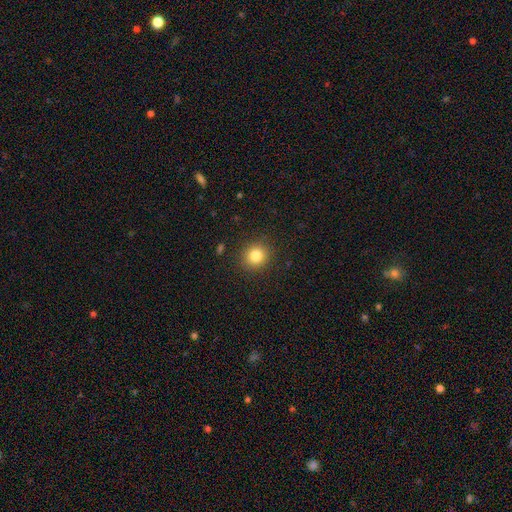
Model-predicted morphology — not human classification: smooth_or_featured: smooth (p=0.82) [alt: star or artifact p=0.11]
how_rounded: round (p=0.87) [alt: in between p=0.12]
merging: none (p=0.90) [alt: minor disturbance p=0.07]